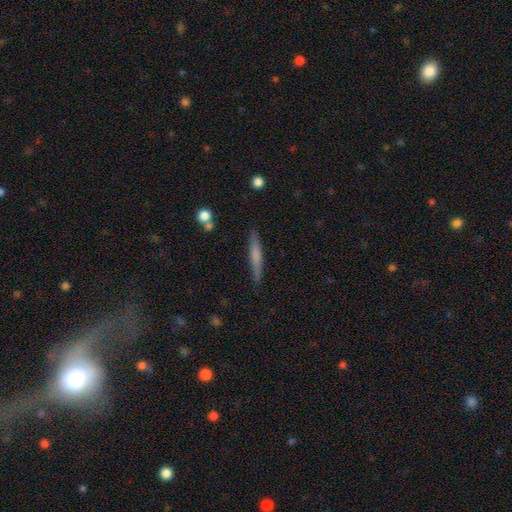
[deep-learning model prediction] smooth_or_featured: smooth (p=0.57) [alt: featured or disk p=0.36]
how_rounded: cigar-shaped (p=0.94) [alt: in between p=0.04]
merging: none (p=0.87) [alt: minor disturbance p=0.09]